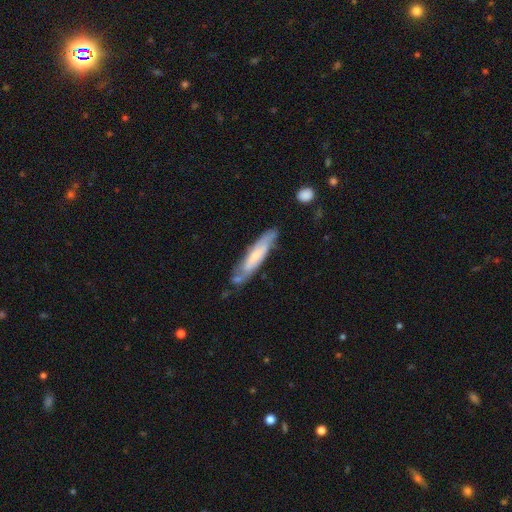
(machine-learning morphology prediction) A featured or disk galaxy (49%).

Vote fractions:
- Smooth or featured? featured or disk: 49% / smooth: 46% / star or artifact: 5%
- Merging? none: 67% / minor disturbance: 22% / merger: 6% / major disturbance: 5%